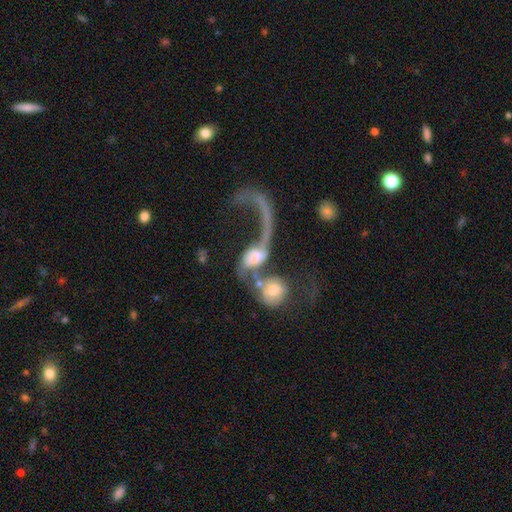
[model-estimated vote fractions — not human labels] smooth-or-featured: featured or disk: 64% | smooth: 26% | star or artifact: 9%
  disk-edge-on: no: 94% | yes: 6%
    bar: no: 66% | weak: 24% | strong: 10%
    has-spiral-arms: yes: 72% | no: 28%
    bulge-size: moderate: 35% | small: 27% | large: 17% | none: 15% | dominant: 6%
  merging: merger: 60% | major disturbance: 24% | none: 10% | minor disturbance: 6%